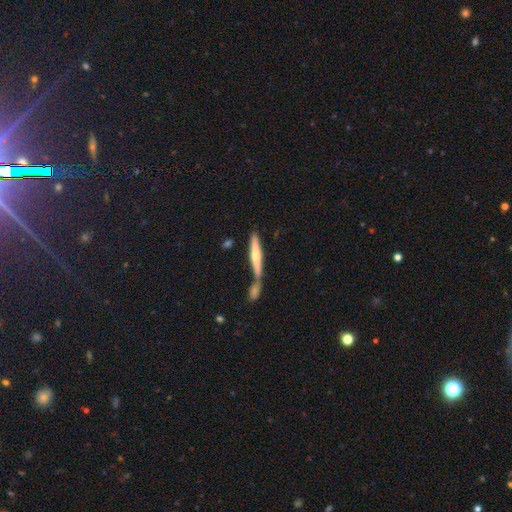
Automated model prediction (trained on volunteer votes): smooth 50%, featured or disk 45%, star or artifact 5%. Down the decision tree: merging — none (48%).